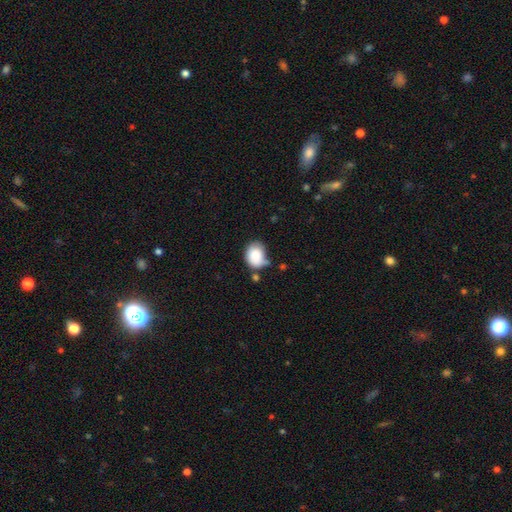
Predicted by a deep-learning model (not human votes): Smooth or featured?
  - smooth: 82% *
  - featured or disk: 10%
  - star or artifact: 8%
How rounded?
  - in between: 53% *
  - round: 46%
  - cigar-shaped: 1%
Merging?
  - none: 42% *
  - minor disturbance: 35%
  - major disturbance: 12%
  - merger: 12%